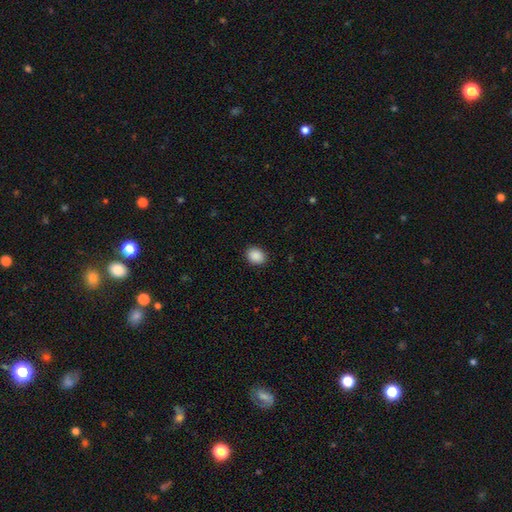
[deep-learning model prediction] Smooth or featured: smooth — 89% (star or artifact — 8%)
How rounded: in between — 54% (round — 45%)
Merging: none — 90% (minor disturbance — 7%)